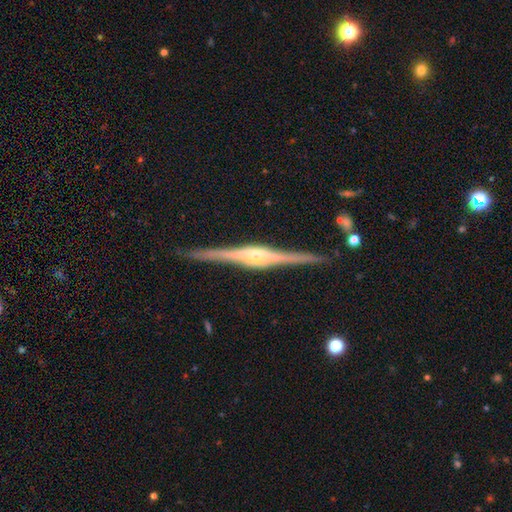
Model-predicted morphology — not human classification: A featured or disk galaxy (90%) viewed edge-on (98%) with a rounded central bulge (65%). Merging: none (91%).